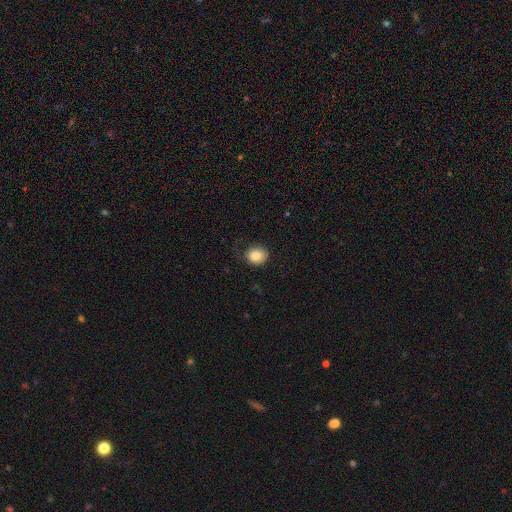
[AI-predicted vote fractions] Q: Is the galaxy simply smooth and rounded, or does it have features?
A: smooth — 83%.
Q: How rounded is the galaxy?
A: round — 78%.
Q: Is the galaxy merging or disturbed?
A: none — 68%.